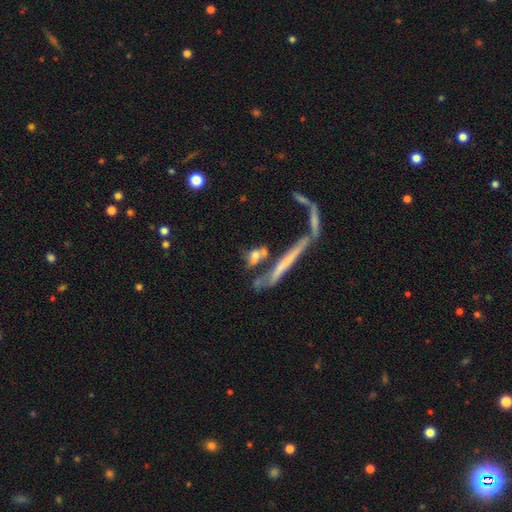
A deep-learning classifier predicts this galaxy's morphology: This appears to be a smooth galaxy with no disk features (59%) that is cigar-shaped (52%). Merging: none (40%).